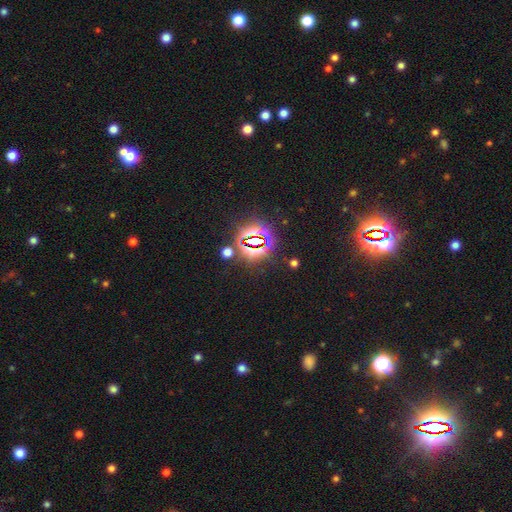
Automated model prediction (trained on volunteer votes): Overall: star or artifact (82%).